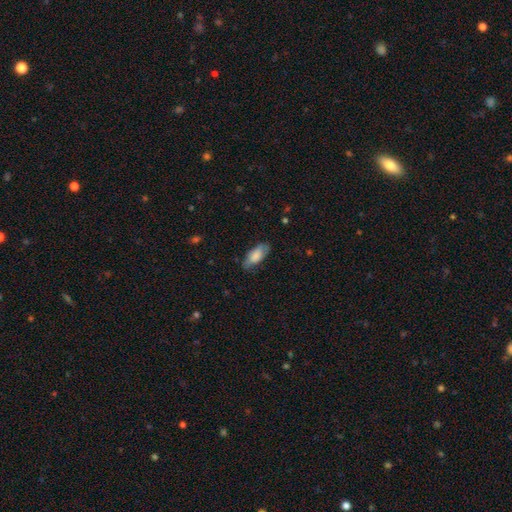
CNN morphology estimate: Smooth or featured: smooth — 72% (featured or disk — 21%)
How rounded: in between — 83% (cigar-shaped — 14%)
Merging: none — 70% (minor disturbance — 23%)